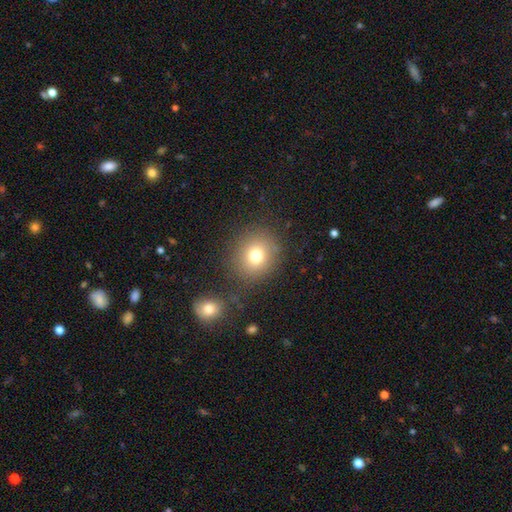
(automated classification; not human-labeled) Overall: smooth (75%). How rounded: round (83%). Merging: none (81%).